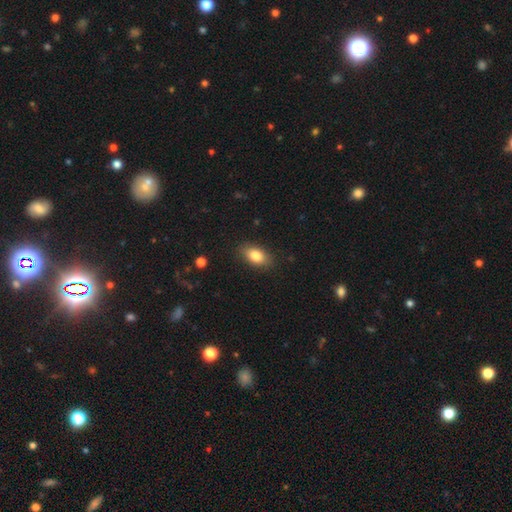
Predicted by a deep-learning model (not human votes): Smooth or featured? smooth (83%)
How rounded? in between (88%)
Merging? none (85%)